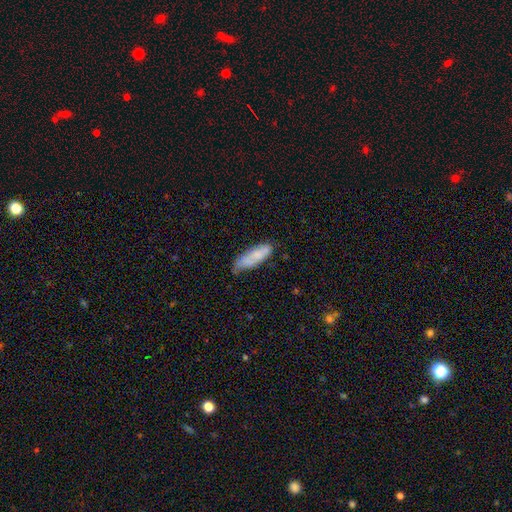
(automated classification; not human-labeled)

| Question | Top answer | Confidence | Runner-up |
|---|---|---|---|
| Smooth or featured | smooth | 71% | featured or disk (22%) |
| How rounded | in between | 53% | cigar-shaped (45%) |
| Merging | none | 56% | minor disturbance (33%) |